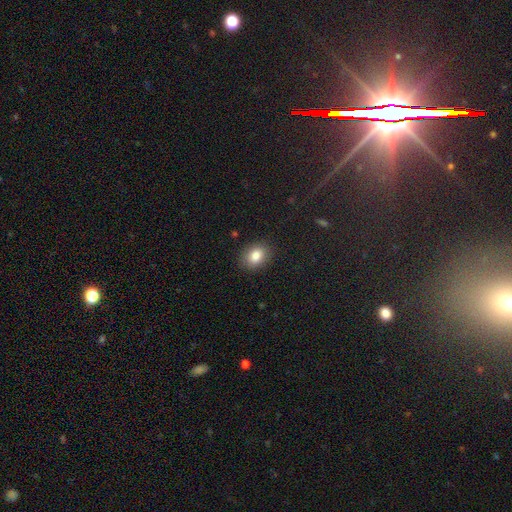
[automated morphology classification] smooth-or-featured: smooth: 84% | star or artifact: 9% | featured or disk: 7%
  how-rounded: in between: 63% | round: 36% | cigar-shaped: 1%
  merging: none: 87% | minor disturbance: 9% | major disturbance: 3% | merger: 1%